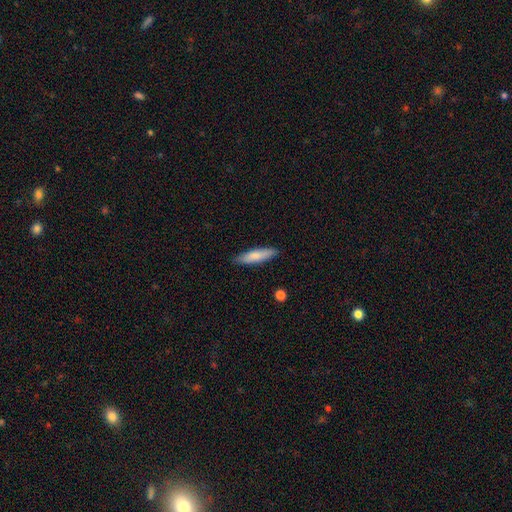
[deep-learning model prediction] smooth-or-featured: smooth: 78% | featured or disk: 17% | star or artifact: 6%
  how-rounded: cigar-shaped: 69% | in between: 29% | round: 1%
  merging: none: 87% | minor disturbance: 10% | major disturbance: 2% | merger: 1%